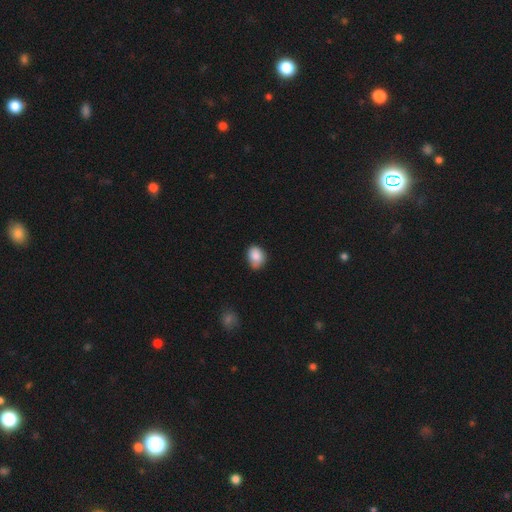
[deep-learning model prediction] Morphology: type=smooth (85%); roundness=in between (59%); merging=none (61%).